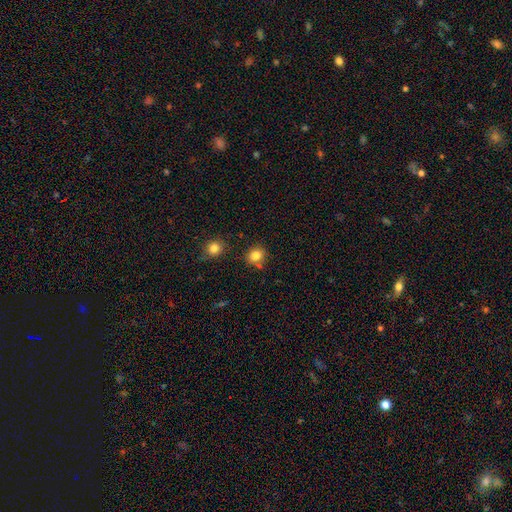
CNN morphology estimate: This is clearly a smooth galaxy (83%). How rounded: likely round (73%). Merging: likely none (77%).